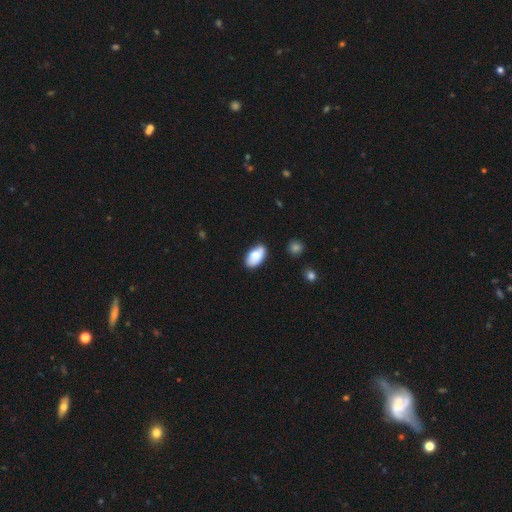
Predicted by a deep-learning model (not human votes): A smooth galaxy with no disk features (79%) that is in between round and cigar-shaped (94%).

Vote fractions:
- Smooth or featured? smooth: 79% / featured or disk: 14% / star or artifact: 7%
- How rounded? in between: 94% / round: 4% / cigar-shaped: 2%
- Merging? none: 73% / minor disturbance: 21% / major disturbance: 3% / merger: 3%